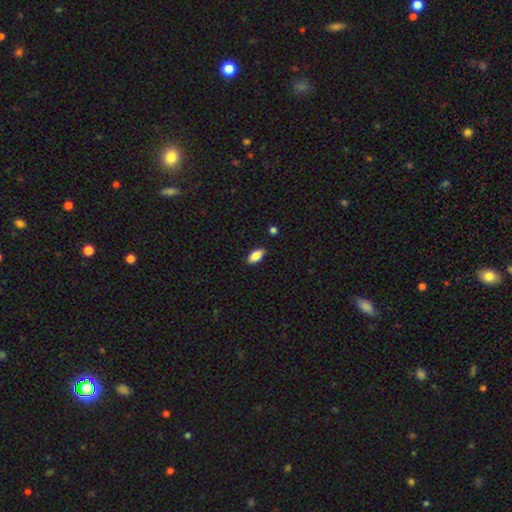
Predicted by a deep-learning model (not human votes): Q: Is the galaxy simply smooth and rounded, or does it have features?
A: smooth — 82%.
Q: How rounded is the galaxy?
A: in between — 87%.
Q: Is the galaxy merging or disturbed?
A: none — 88%.